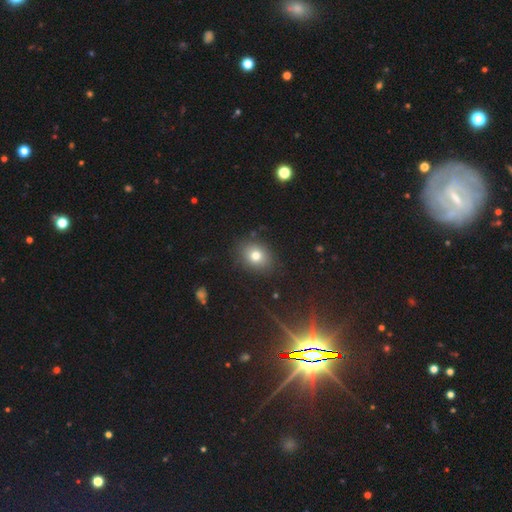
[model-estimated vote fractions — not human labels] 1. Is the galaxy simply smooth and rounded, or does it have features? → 77% smooth, 14% star or artifact, 10% featured or disk.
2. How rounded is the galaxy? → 53% round, 46% in between, 1% cigar-shaped.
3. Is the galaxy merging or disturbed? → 85% none, 11% minor disturbance, 3% major disturbance, 2% merger.